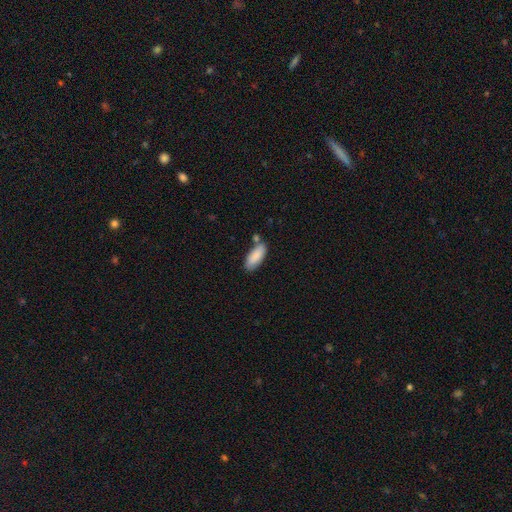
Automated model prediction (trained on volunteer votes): smooth 87%, featured or disk 7%, star or artifact 6%. Down the decision tree: how rounded — in between (81%); merging — none (68%).